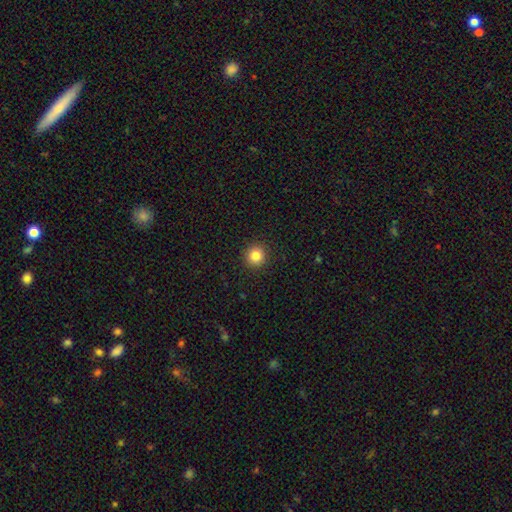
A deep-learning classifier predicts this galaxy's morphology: smooth_or_featured: smooth (p=0.84) [alt: star or artifact p=0.11]
how_rounded: round (p=0.94) [alt: in between p=0.05]
merging: none (p=0.93) [alt: minor disturbance p=0.05]